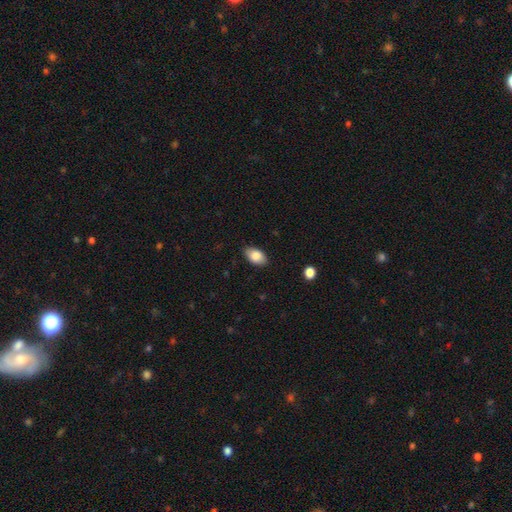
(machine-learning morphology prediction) Smooth or featured? Predicted: smooth (p=0.85). How rounded? Predicted: in between (p=0.91). Merging? Predicted: none (p=0.85).